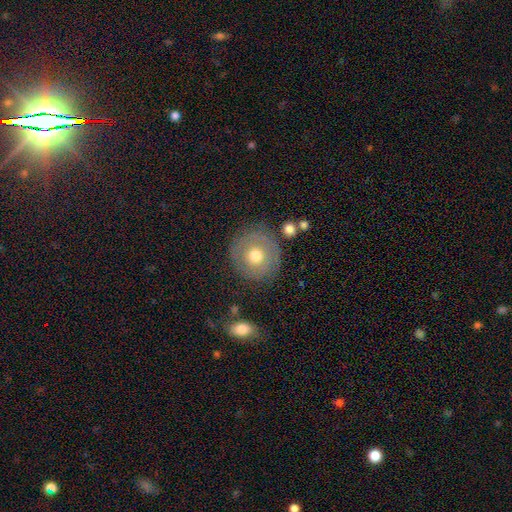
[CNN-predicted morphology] This appears to be a smooth galaxy with no disk features (59%) that is round (93%). Merging: none (82%).